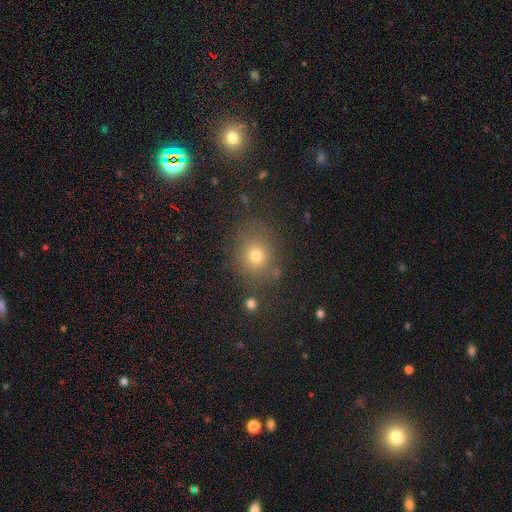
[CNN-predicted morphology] This is likely a smooth galaxy (72%). How rounded: likely round (73%). Merging: likely none (78%).